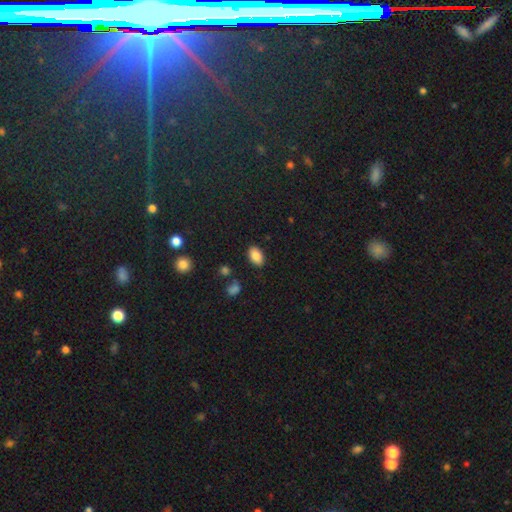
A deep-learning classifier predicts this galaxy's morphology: A smooth galaxy with no disk features (85%) that is in between round and cigar-shaped (91%). Merging: none (86%).